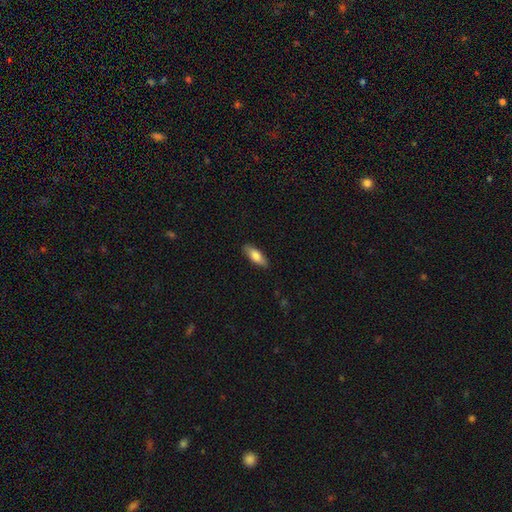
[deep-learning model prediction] Morphology: type=smooth (79%); roundness=in between (67%); merging=none (87%).